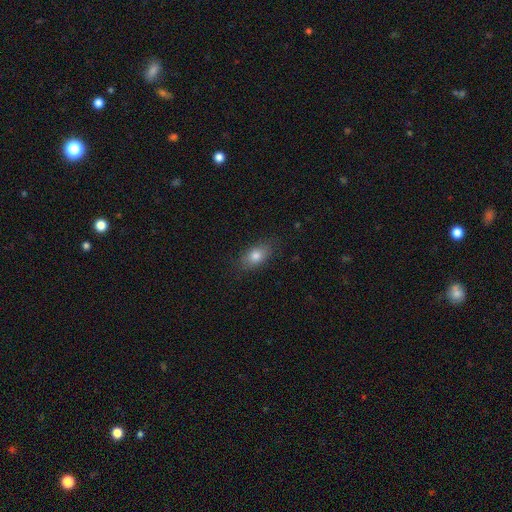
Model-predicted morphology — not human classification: Q: Smooth or featured?
A: smooth (80%); runner-up: featured or disk (11%)
Q: How rounded?
A: in between (85%); runner-up: round (11%)
Q: Merging?
A: none (83%); runner-up: minor disturbance (13%)